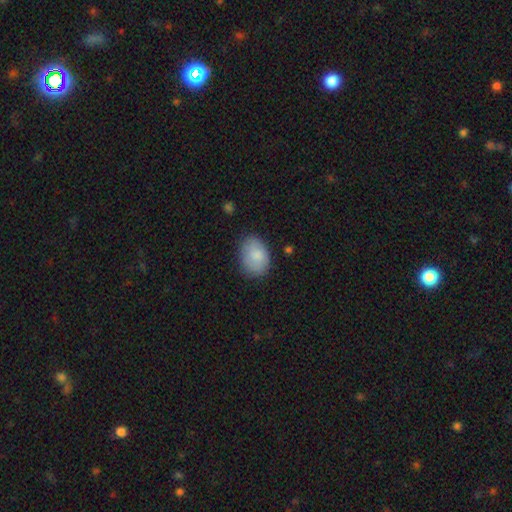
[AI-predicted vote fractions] A smooth galaxy with no disk features (83%) that is in between round and cigar-shaped (79%). Merging: none (77%).